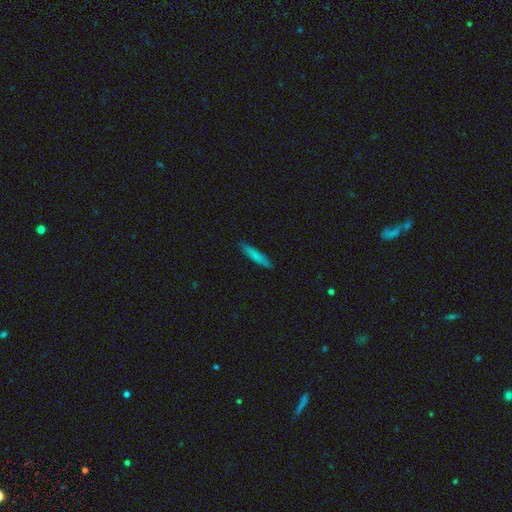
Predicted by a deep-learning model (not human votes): This is likely a smooth galaxy (77%). How rounded: clearly cigar-shaped (88%). Merging: clearly none (86%).